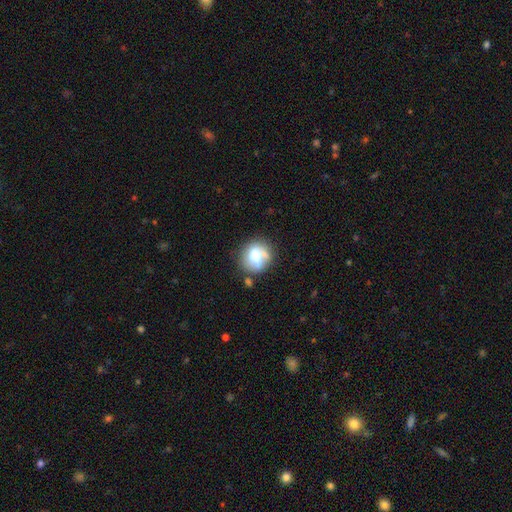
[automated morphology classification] Overall: smooth (60%; featured or disk 30%). How rounded: round (68%; in between 30%). Merging: none (50%; minor disturbance 22%).